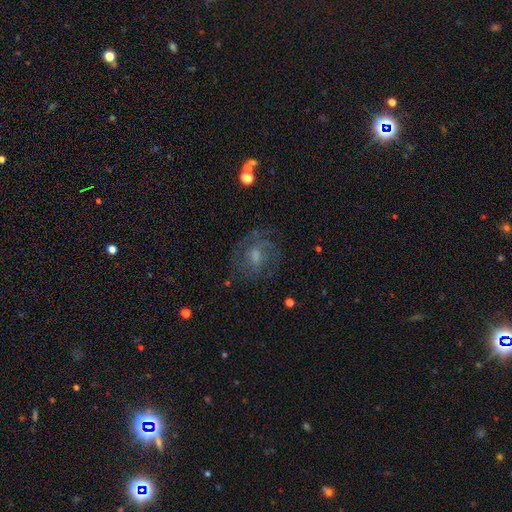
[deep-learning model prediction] smooth-or-featured: featured or disk: 62% | smooth: 23% | star or artifact: 16%
  disk-edge-on: no: 96% | yes: 4%
    bar: weak: 46% | no: 44% | strong: 10%
    has-spiral-arms: yes: 80% | no: 20%
    bulge-size: moderate: 43% | small: 31% | none: 15% | large: 8% | dominant: 2%
  merging: none: 69% | minor disturbance: 17% | major disturbance: 12% | merger: 2%